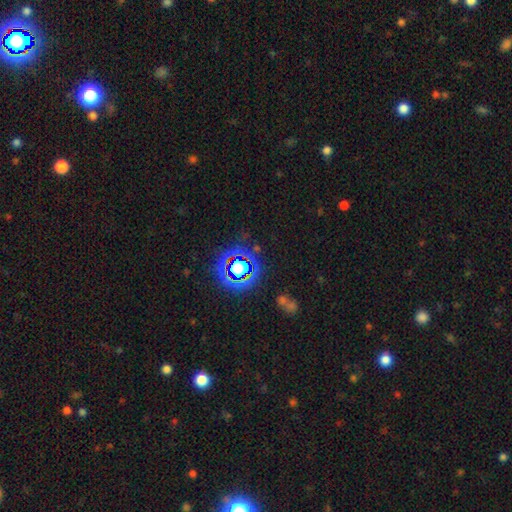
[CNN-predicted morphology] This appears to be a star or artifact, not a galaxy (74%).